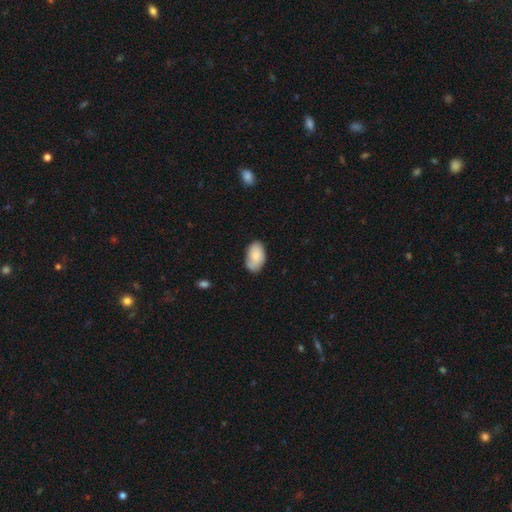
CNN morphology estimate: Smooth or featured? smooth (80%)
How rounded? in between (94%)
Merging? none (68%)